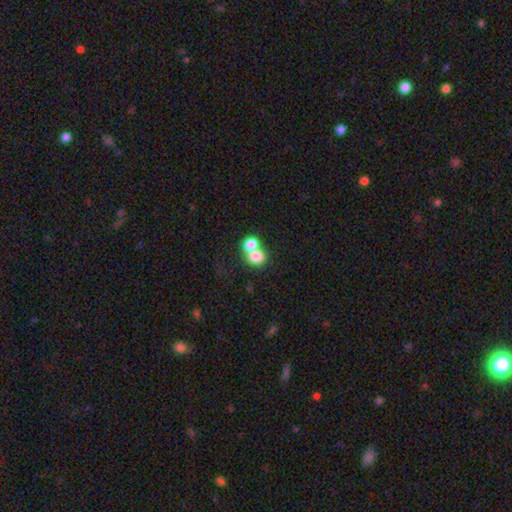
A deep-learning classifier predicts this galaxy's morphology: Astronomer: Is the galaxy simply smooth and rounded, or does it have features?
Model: smooth — 76%.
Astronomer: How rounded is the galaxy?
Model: round — 71%.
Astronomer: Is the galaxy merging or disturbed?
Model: merger — 63%.